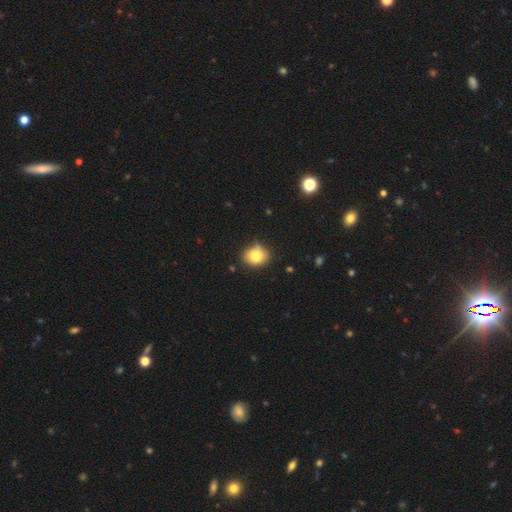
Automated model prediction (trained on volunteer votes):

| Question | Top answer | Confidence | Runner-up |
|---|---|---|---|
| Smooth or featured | smooth | 79% | featured or disk (11%) |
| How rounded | round | 58% | in between (41%) |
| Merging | none | 68% | minor disturbance (24%) |